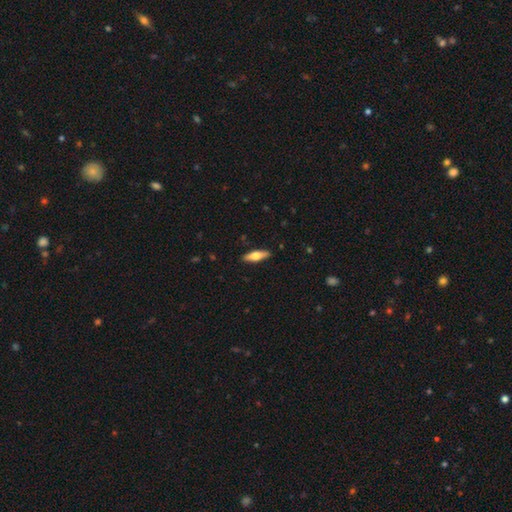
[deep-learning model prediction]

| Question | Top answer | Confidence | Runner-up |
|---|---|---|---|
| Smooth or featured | smooth | 52% | featured or disk (42%) |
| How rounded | cigar-shaped | 53% | in between (45%) |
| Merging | none | 90% | minor disturbance (7%) |